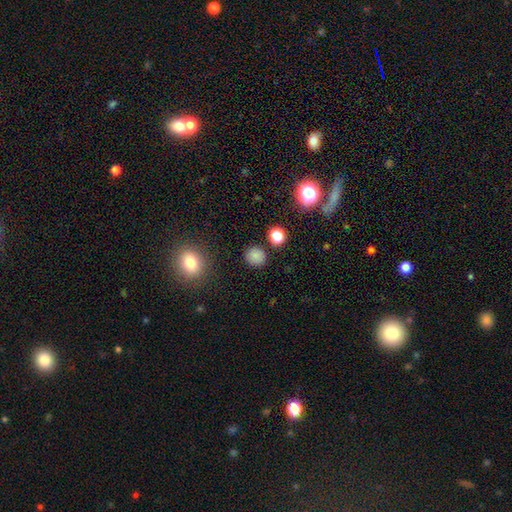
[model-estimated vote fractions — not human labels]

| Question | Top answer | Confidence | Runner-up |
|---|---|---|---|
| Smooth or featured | smooth | 82% | star or artifact (13%) |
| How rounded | round | 88% | in between (11%) |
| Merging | none | 88% | minor disturbance (7%) |